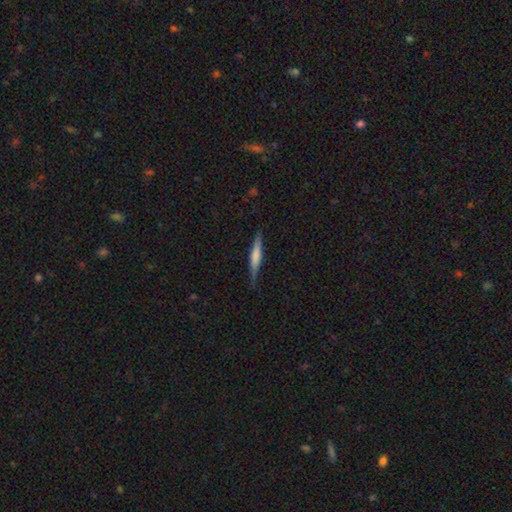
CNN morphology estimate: Smooth or featured? featured or disk (48%)
Merging? none (85%)